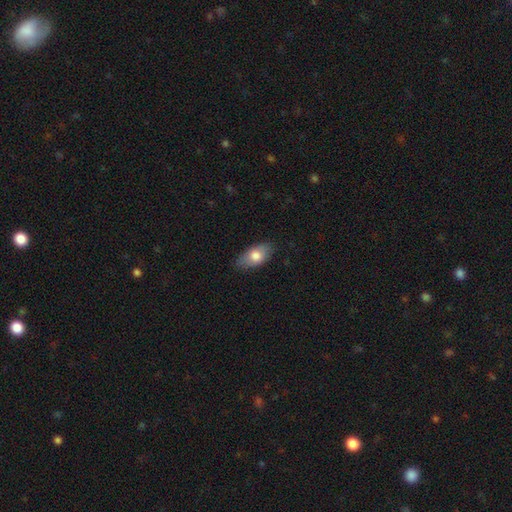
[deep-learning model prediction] A smooth galaxy with no disk features (76%) that is in between round and cigar-shaped (90%).

Vote fractions:
- Smooth or featured? smooth: 76% / featured or disk: 17% / star or artifact: 7%
- How rounded? in between: 90% / round: 6% / cigar-shaped: 4%
- Merging? none: 79% / minor disturbance: 17% / major disturbance: 3% / merger: 1%